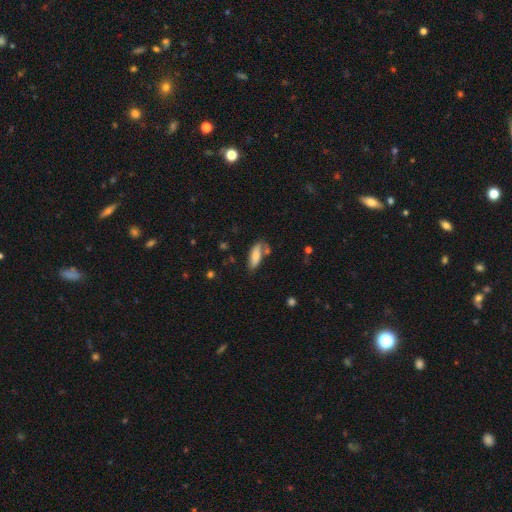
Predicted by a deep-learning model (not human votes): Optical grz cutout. It shows a smooth galaxy with no disk features (70%) that is in between round and cigar-shaped (72%). Merging: none (57%).